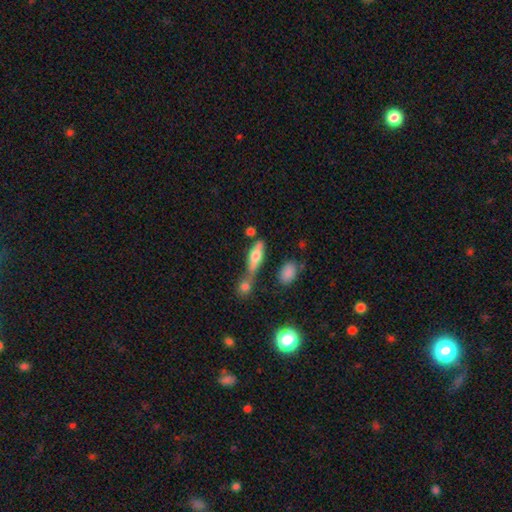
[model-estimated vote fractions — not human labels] Overall: smooth (60%; featured or disk 31%). How rounded: in between (53%; cigar-shaped 43%). Merging: none (41%; merger 35%).